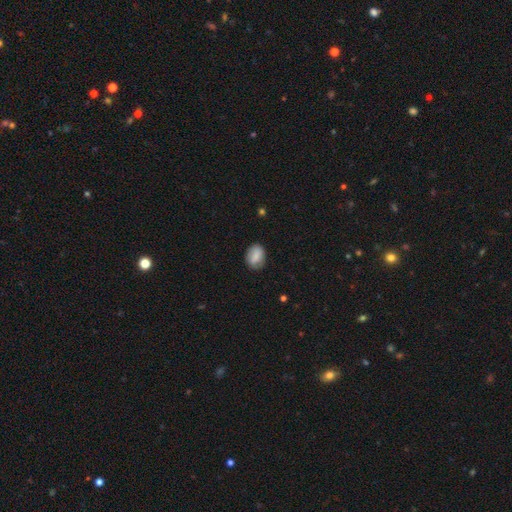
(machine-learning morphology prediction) Overall: smooth (79%). How rounded: in between (72%). Merging: none (78%).